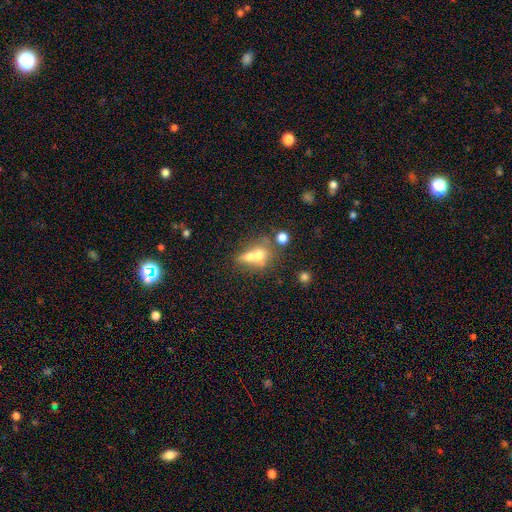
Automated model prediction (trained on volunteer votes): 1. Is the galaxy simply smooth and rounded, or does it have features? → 61% smooth, 26% featured or disk, 13% star or artifact.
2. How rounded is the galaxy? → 50% round, 44% in between, 6% cigar-shaped.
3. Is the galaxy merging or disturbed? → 61% merger, 24% none, 8% minor disturbance, 7% major disturbance.